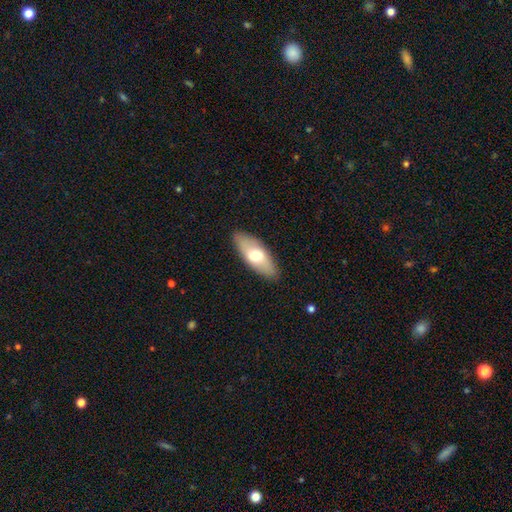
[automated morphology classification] smooth-or-featured: smooth: 61% | featured or disk: 34% | star or artifact: 5%
  how-rounded: in between: 79% | cigar-shaped: 19% | round: 3%
  merging: none: 87% | minor disturbance: 9% | major disturbance: 2% | merger: 1%